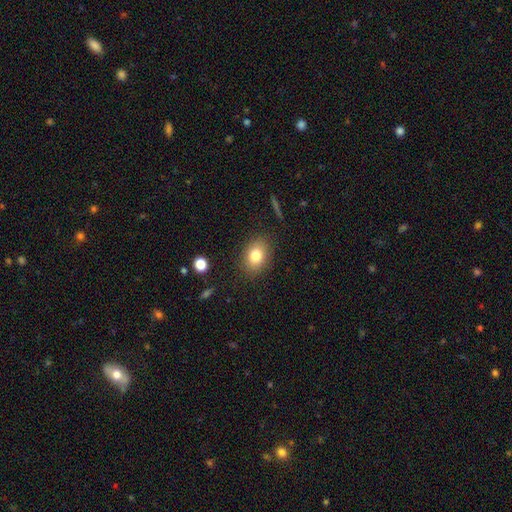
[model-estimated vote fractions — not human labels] smooth_or_featured: smooth (p=0.80) [alt: star or artifact p=0.10]
how_rounded: in between (p=0.67) [alt: round p=0.32]
merging: none (p=0.85) [alt: minor disturbance p=0.10]